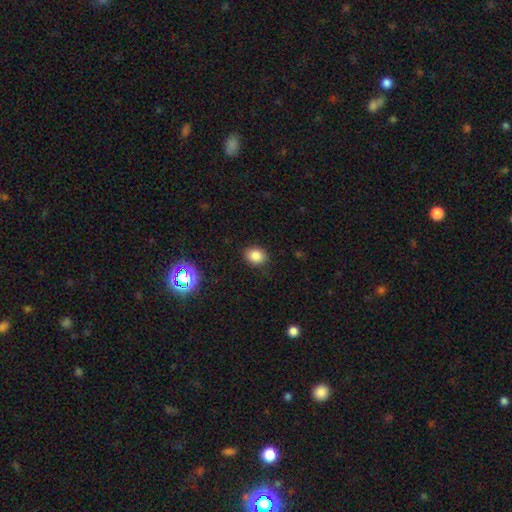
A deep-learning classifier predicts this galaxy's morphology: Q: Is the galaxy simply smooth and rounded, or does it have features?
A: smooth — 83%.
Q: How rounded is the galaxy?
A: round — 55%.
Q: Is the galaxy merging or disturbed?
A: none — 88%.